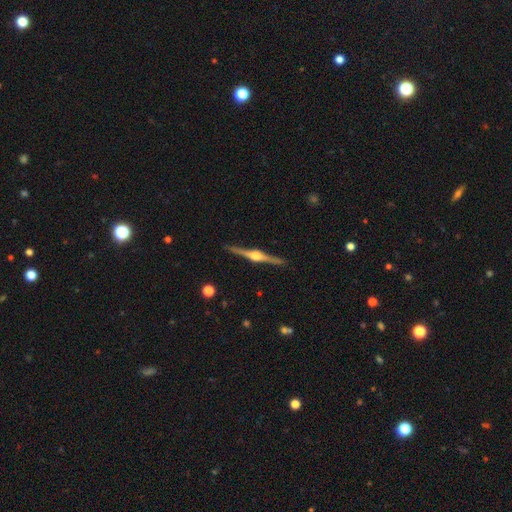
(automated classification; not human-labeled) Smooth or featured? featured or disk (88%)
Edge-on disk? yes (99%)
Edge-on bulge? rounded (94%)
Merging? none (92%)